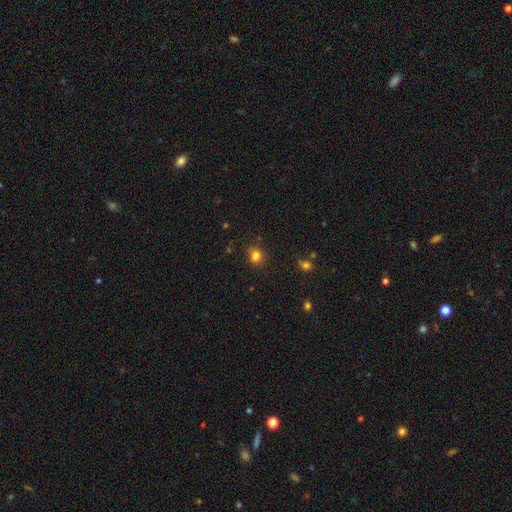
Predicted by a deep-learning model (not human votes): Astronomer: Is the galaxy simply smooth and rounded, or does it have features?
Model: smooth — 81%.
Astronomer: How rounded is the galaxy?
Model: round — 63%.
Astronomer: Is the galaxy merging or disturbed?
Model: none — 75%.